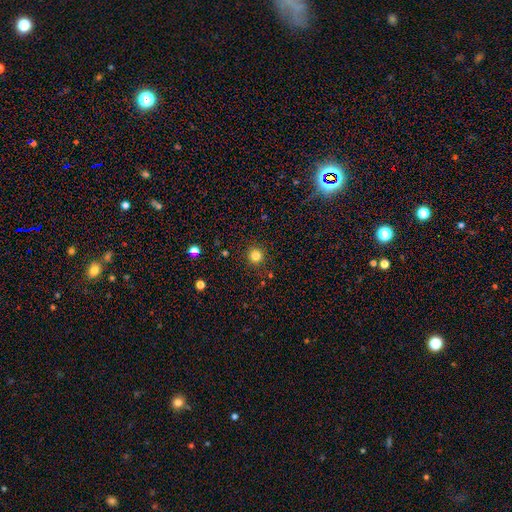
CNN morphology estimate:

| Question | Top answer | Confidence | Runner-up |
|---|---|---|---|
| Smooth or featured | smooth | 82% | star or artifact (13%) |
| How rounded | round | 94% | in between (5%) |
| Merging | none | 90% | minor disturbance (6%) |